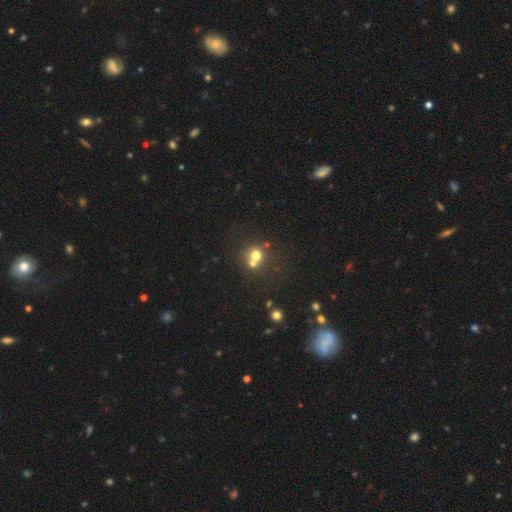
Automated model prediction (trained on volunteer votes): Smooth or featured? smooth (66%)
How rounded? round (85%)
Merging? none (46%)